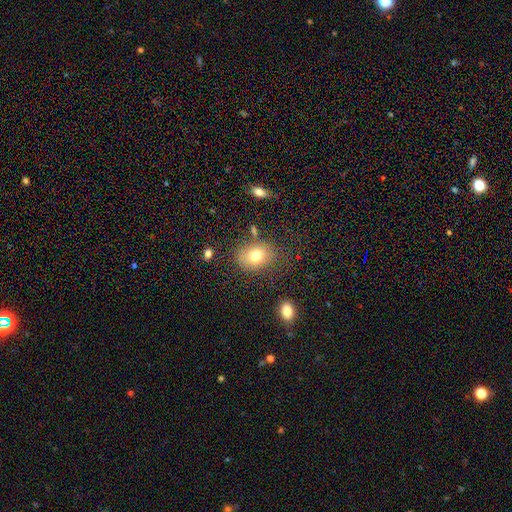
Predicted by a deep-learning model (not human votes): This is likely a smooth galaxy (75%). How rounded: likely in between (66%). Merging: likely none (71%).